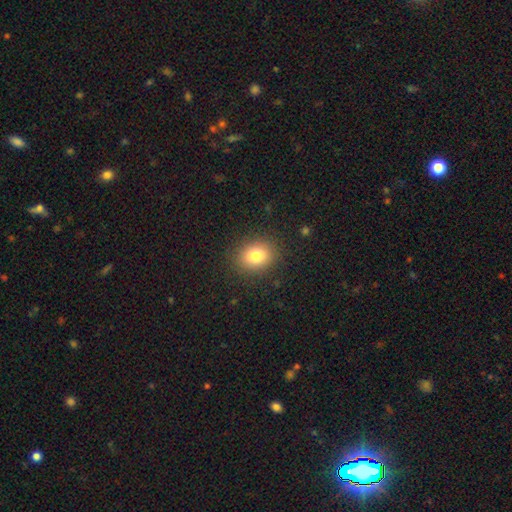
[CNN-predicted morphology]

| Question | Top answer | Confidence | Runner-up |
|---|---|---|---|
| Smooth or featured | smooth | 81% | star or artifact (11%) |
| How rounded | in between | 50% | round (49%) |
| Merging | none | 87% | minor disturbance (8%) |